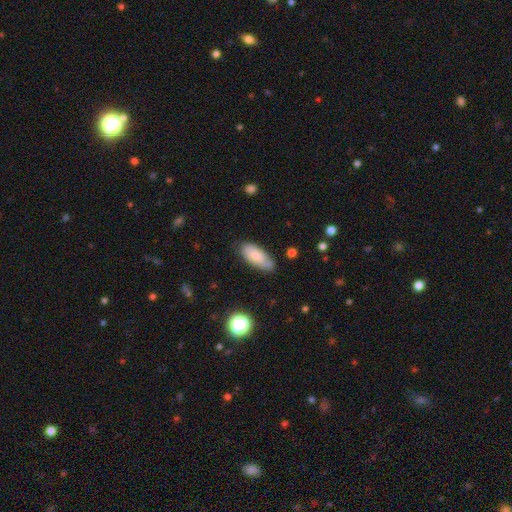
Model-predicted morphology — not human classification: Smooth or featured? Predicted: smooth (p=0.72). How rounded? Predicted: in between (p=0.87). Merging? Predicted: none (p=0.64).